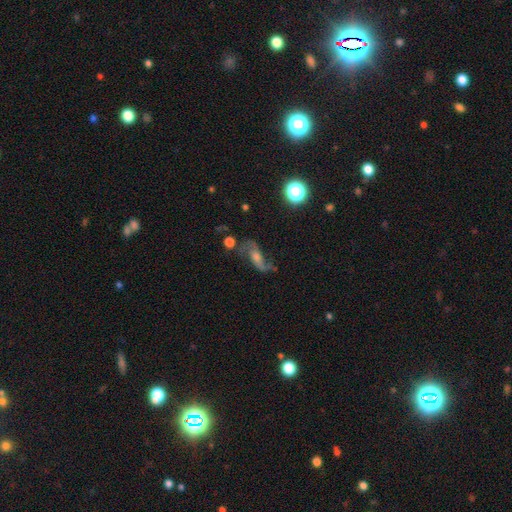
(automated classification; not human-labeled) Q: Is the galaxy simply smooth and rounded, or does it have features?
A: featured or disk — 74%.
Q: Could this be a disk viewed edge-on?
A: no — 92%.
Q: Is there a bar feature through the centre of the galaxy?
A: no — 50%.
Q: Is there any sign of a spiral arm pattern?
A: yes — 92%.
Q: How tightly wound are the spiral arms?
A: loose — 78%.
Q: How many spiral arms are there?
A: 2 — 89%.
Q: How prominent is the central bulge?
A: moderate — 44%.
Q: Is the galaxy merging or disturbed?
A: none — 58%.